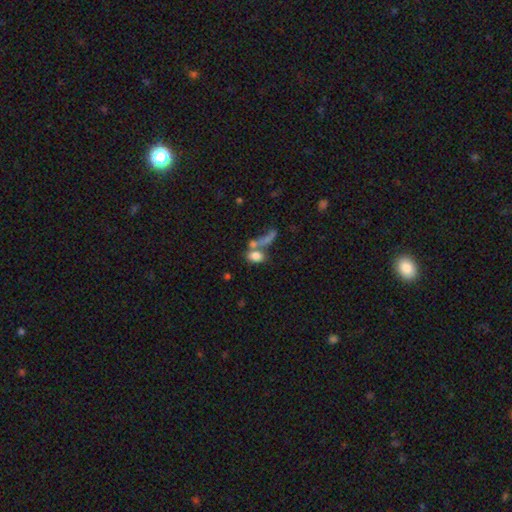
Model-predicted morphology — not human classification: This is likely a smooth galaxy (75%). How rounded: likely in between (77%). Merging: possibly merger (49%).